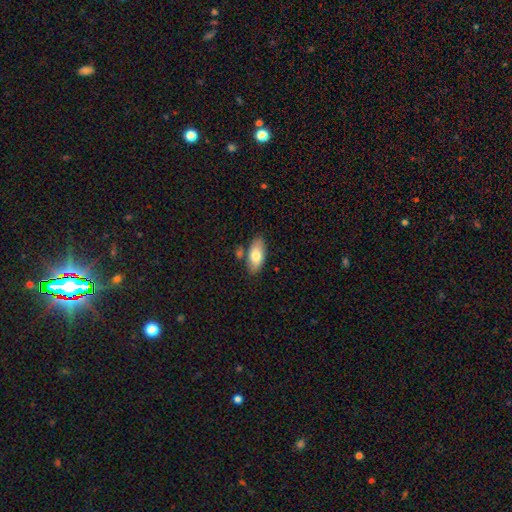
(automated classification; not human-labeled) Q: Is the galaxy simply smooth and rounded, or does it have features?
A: smooth — 77%.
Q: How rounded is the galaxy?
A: in between — 92%.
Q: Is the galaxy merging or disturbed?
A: none — 76%.